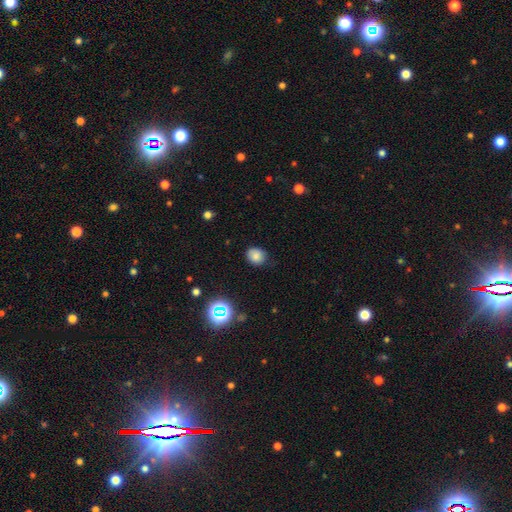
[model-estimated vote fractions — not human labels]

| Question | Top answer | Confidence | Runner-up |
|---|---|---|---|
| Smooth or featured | smooth | 80% | star or artifact (14%) |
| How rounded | round | 62% | in between (37%) |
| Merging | none | 78% | minor disturbance (18%) |